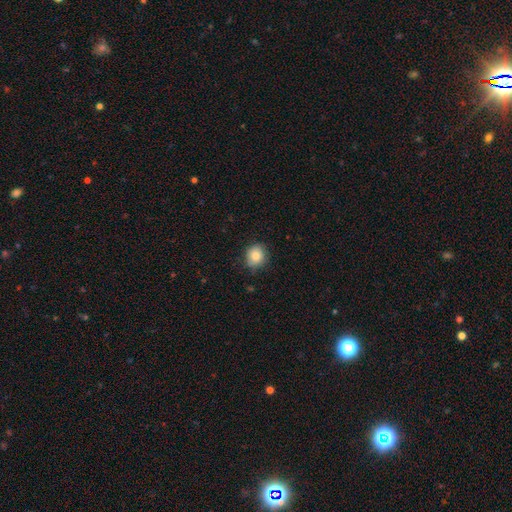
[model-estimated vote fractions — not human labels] Smooth or featured: smooth — 82% (star or artifact — 9%)
How rounded: round — 73% (in between — 26%)
Merging: none — 80% (minor disturbance — 16%)